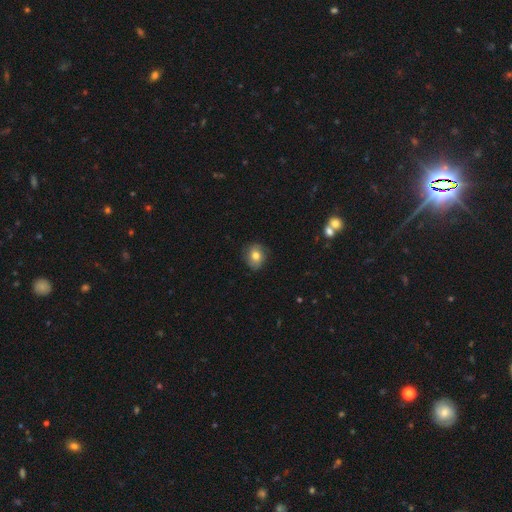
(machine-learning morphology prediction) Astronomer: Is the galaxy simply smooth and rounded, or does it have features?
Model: smooth — 71%.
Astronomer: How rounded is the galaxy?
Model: round — 72%.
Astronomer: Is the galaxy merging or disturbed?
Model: none — 81%.